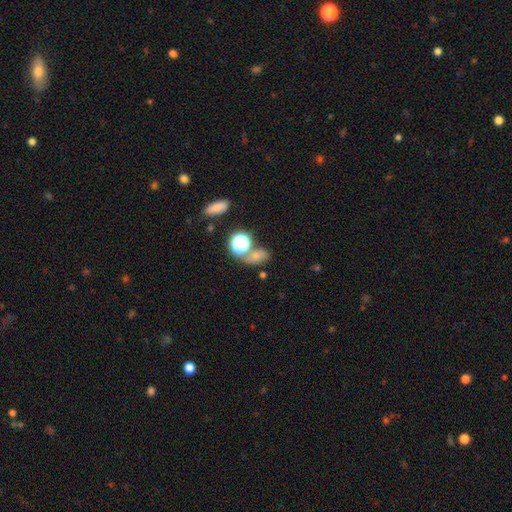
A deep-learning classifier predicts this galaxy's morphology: Smooth or featured? smooth (63%)
How rounded? in between (64%)
Merging? none (51%)